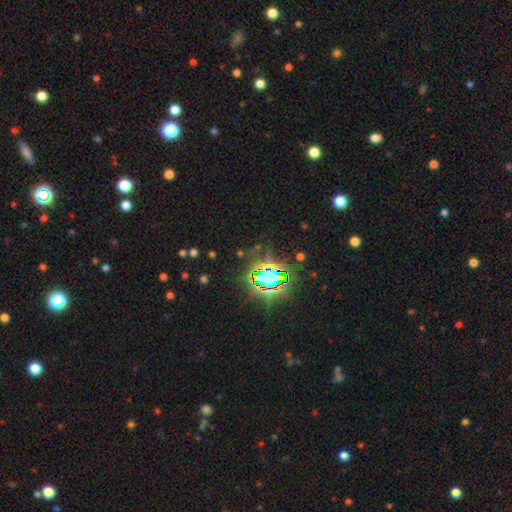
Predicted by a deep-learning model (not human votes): smooth-or-featured: star or artifact: 82% | smooth: 10% | featured or disk: 7%